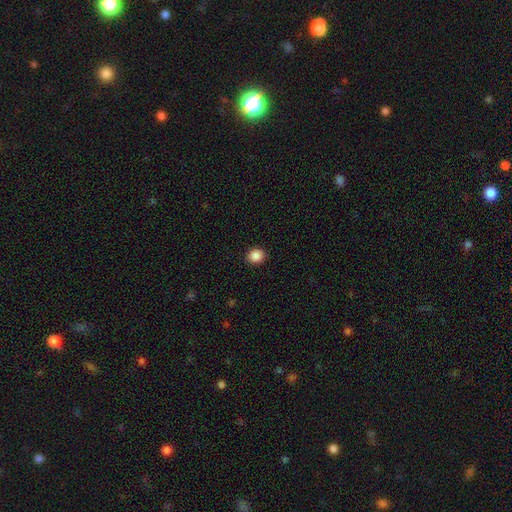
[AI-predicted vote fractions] Smooth or featured?
  - smooth: 88% *
  - star or artifact: 9%
  - featured or disk: 3%
How rounded?
  - round: 76% *
  - in between: 24%
  - cigar-shaped: 1%
Merging?
  - none: 92% *
  - minor disturbance: 6%
  - major disturbance: 2%
  - merger: 1%